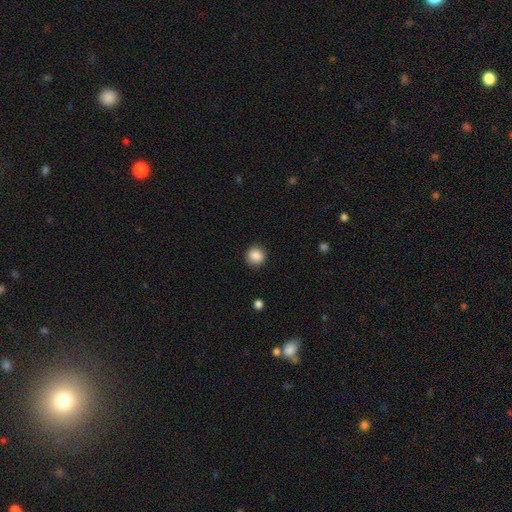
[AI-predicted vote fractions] The model was most divided on "smooth or featured": smooth: 88%, star or artifact: 9%, featured or disk: 3%. More confident: how rounded — round (93%); merging — none (91%).